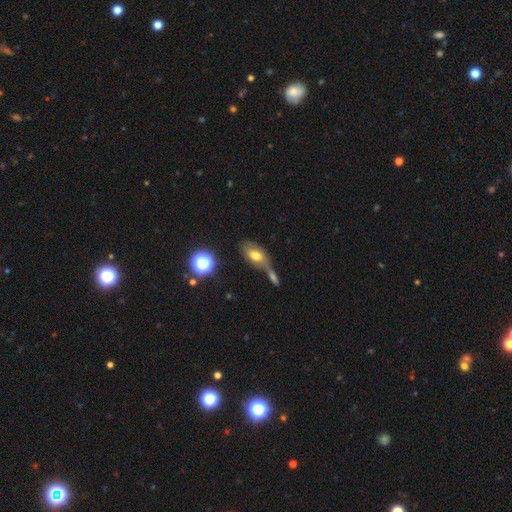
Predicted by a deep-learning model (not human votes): Q: Smooth or featured?
A: smooth (65%); runner-up: featured or disk (23%)
Q: How rounded?
A: in between (86%); runner-up: round (11%)
Q: Merging?
A: none (44%); runner-up: merger (34%)